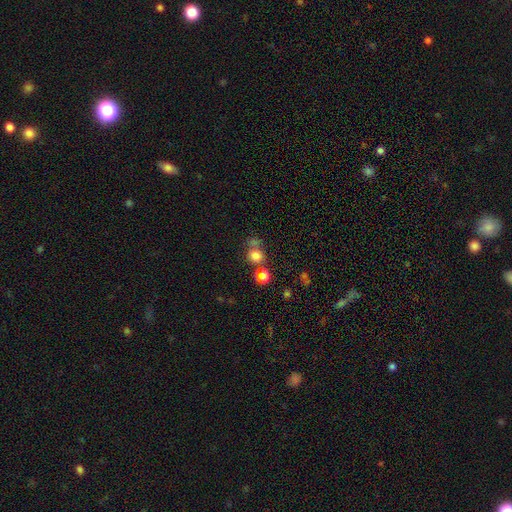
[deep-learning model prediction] Morphology: type=smooth (75%); roundness=round (81%); merging=none (54%).